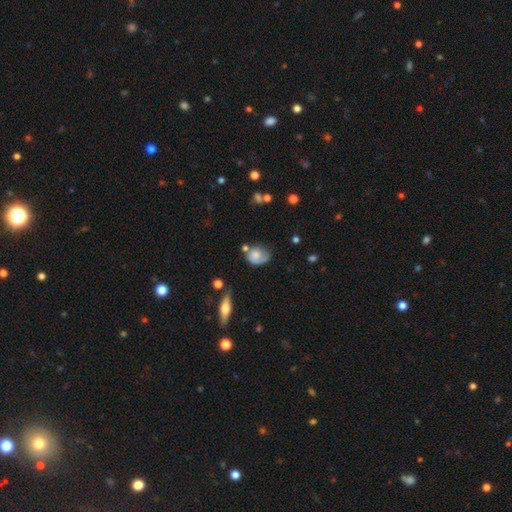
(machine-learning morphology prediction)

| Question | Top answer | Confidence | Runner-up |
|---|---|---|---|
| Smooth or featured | smooth | 57% | featured or disk (35%) |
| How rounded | in between | 53% | round (46%) |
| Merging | none | 44% | minor disturbance (31%) |